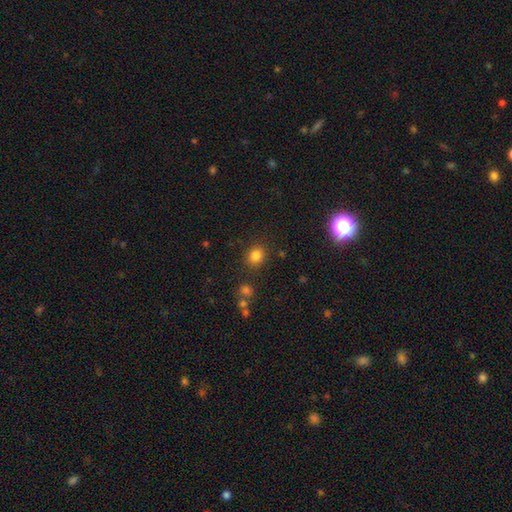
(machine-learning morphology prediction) Overall: smooth (82%). How rounded: round (72%). Merging: none (84%).